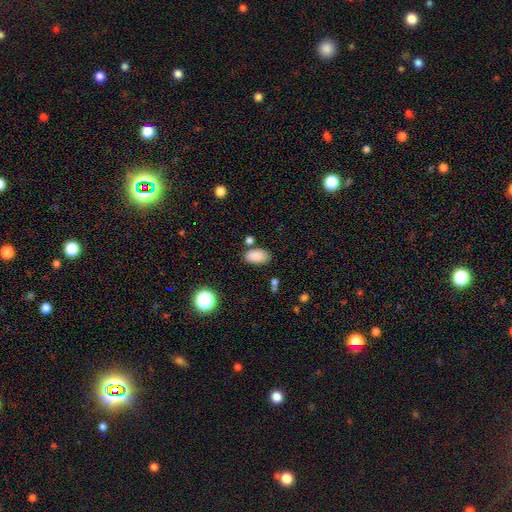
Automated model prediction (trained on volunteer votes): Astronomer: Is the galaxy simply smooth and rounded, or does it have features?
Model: smooth — 86%.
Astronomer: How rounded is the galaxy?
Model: in between — 93%.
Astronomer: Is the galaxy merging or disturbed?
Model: none — 75%.